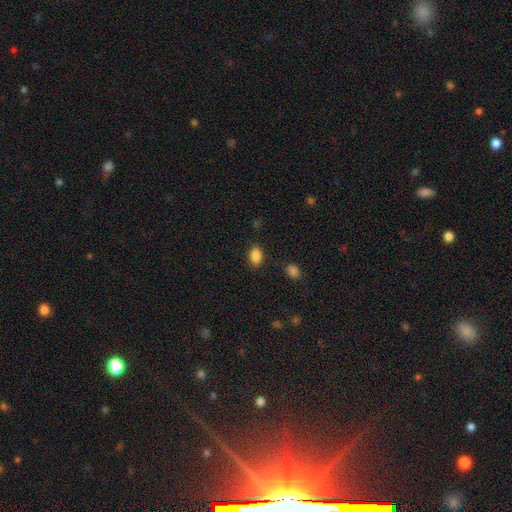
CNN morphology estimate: Overall: smooth (87%). How rounded: in between (76%). Merging: none (84%).